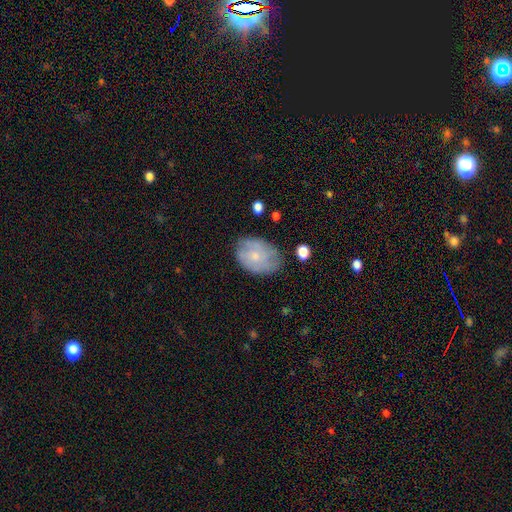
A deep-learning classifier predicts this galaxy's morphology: smooth-or-featured: smooth: 55% | featured or disk: 37% | star or artifact: 8%
  how-rounded: in between: 75% | round: 24% | cigar-shaped: 1%
  merging: none: 66% | minor disturbance: 24% | major disturbance: 8% | merger: 2%